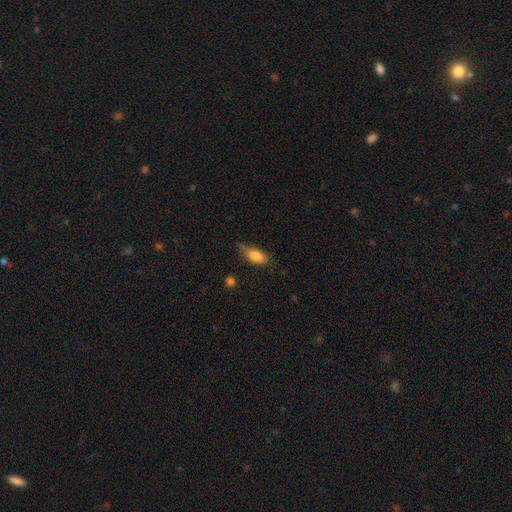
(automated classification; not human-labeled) smooth-or-featured: smooth: 81% | featured or disk: 12% | star or artifact: 7%
  how-rounded: in between: 78% | cigar-shaped: 19% | round: 3%
  merging: none: 51% | minor disturbance: 36% | major disturbance: 10% | merger: 3%